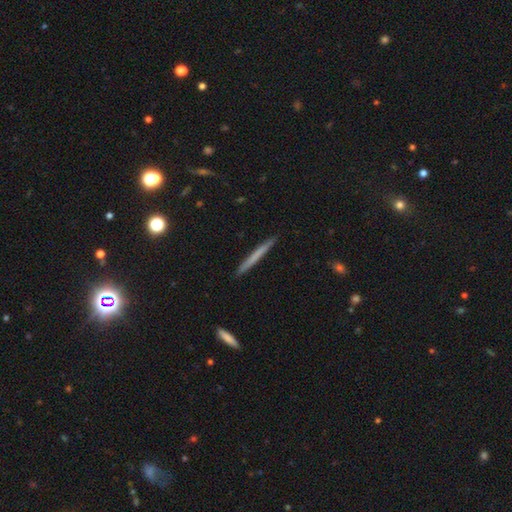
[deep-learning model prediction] Overall: smooth (60%; featured or disk 34%). How rounded: cigar-shaped (97%). Merging: none (92%).